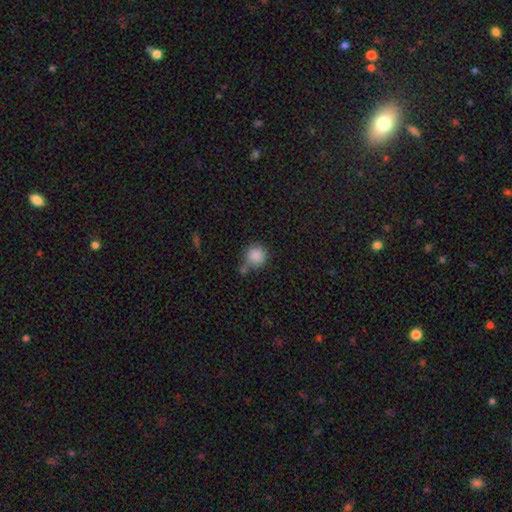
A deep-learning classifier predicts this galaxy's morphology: The model was most divided on "merging": none: 58%, merger: 19%, minor disturbance: 18%, major disturbance: 6%. More confident: how rounded — round (92%); smooth or featured — smooth (86%).